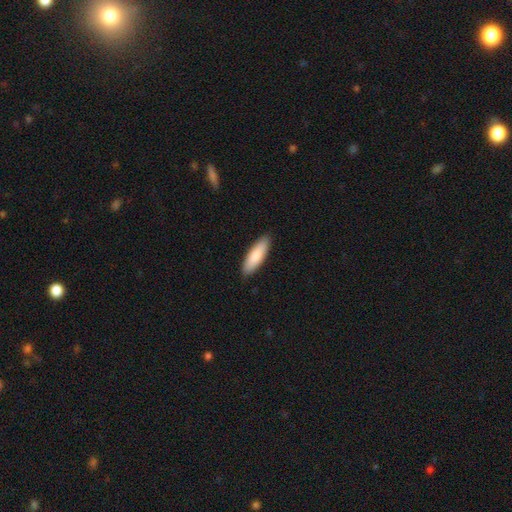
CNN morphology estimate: Smooth or featured? Predicted: smooth (p=0.84). How rounded? Predicted: in between (p=0.53). Merging? Predicted: none (p=0.88).